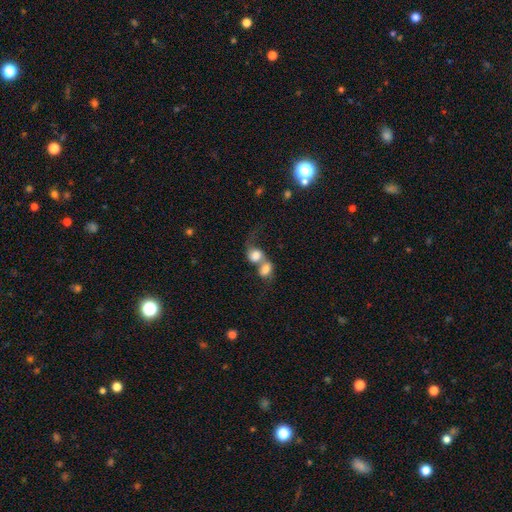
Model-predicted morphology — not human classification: Smooth or featured? Predicted: smooth (p=0.70). How rounded? Predicted: round (p=0.54). Merging? Predicted: merger (p=0.78).